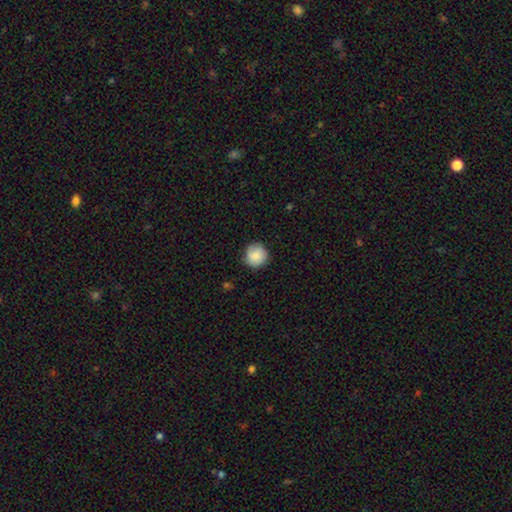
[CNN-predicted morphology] smooth-or-featured: smooth: 85% | featured or disk: 8% | star or artifact: 7%
  how-rounded: round: 94% | in between: 5% | cigar-shaped: 1%
  merging: none: 85% | minor disturbance: 11% | major disturbance: 2% | merger: 1%